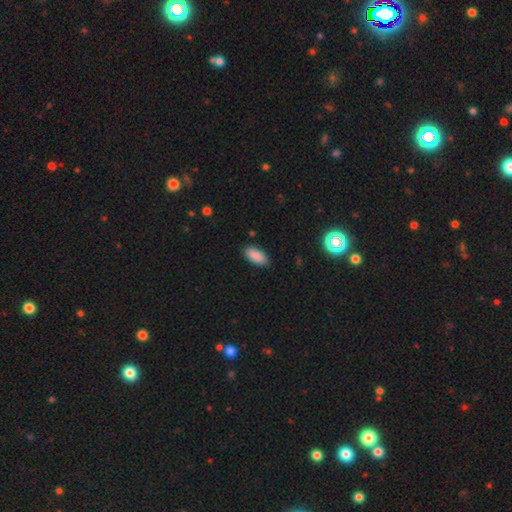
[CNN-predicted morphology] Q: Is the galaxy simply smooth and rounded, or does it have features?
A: smooth — 88%.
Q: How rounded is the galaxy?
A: in between — 89%.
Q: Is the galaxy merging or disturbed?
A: none — 87%.